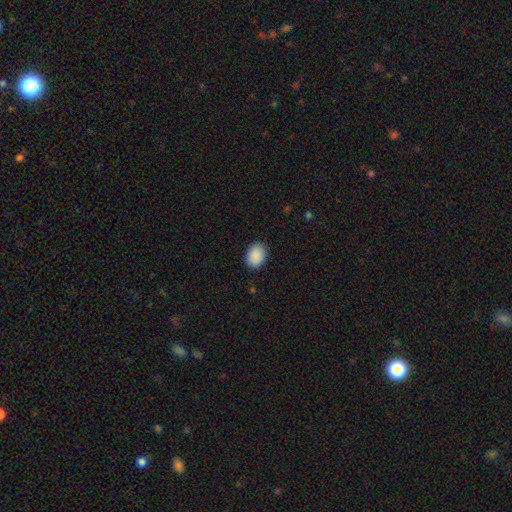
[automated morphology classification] Q: Smooth or featured?
A: smooth (90%); runner-up: star or artifact (7%)
Q: How rounded?
A: in between (74%); runner-up: round (25%)
Q: Merging?
A: none (88%); runner-up: minor disturbance (9%)